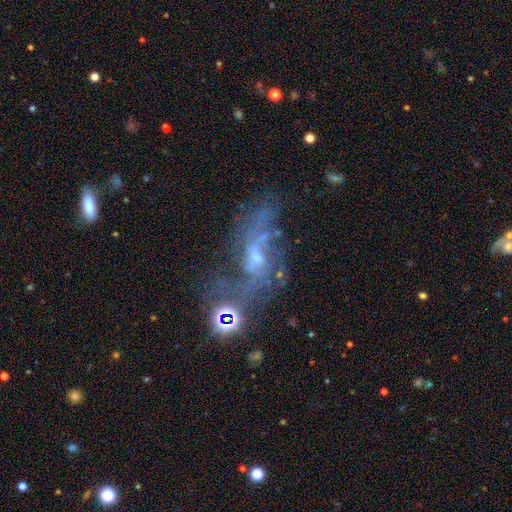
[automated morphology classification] The model was most divided on "merging": none: 39%, major disturbance: 29%, minor disturbance: 18%, merger: 14%. More confident: edge-on disk — no (89%); smooth or featured — featured or disk (66%); spiral arms — yes (65%); bar — no (61%); bulge size — small (58%).